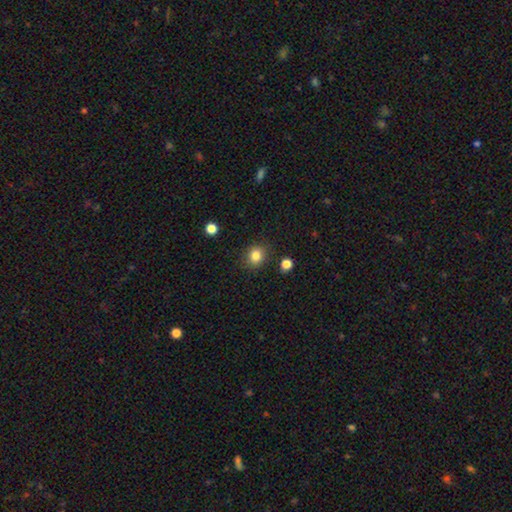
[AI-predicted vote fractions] Smooth or featured?
  - smooth: 84% *
  - star or artifact: 11%
  - featured or disk: 5%
How rounded?
  - round: 73% *
  - in between: 26%
  - cigar-shaped: 1%
Merging?
  - none: 85% *
  - minor disturbance: 10%
  - major disturbance: 3%
  - merger: 3%